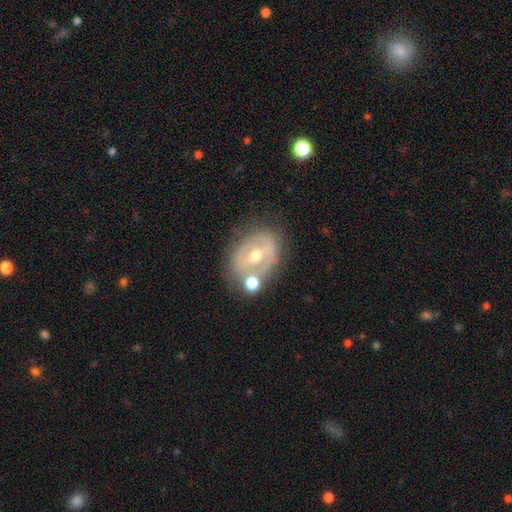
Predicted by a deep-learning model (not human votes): smooth-or-featured: featured or disk: 67% | smooth: 25% | star or artifact: 8%
  disk-edge-on: no: 94% | yes: 6%
    bar: no: 38% | weak: 36% | strong: 27%
    has-spiral-arms: no: 64% | yes: 36%
    bulge-size: moderate: 69% | small: 25% | large: 4% | none: 1% | dominant: 1%
  merging: none: 60% | minor disturbance: 18% | merger: 14% | major disturbance: 8%